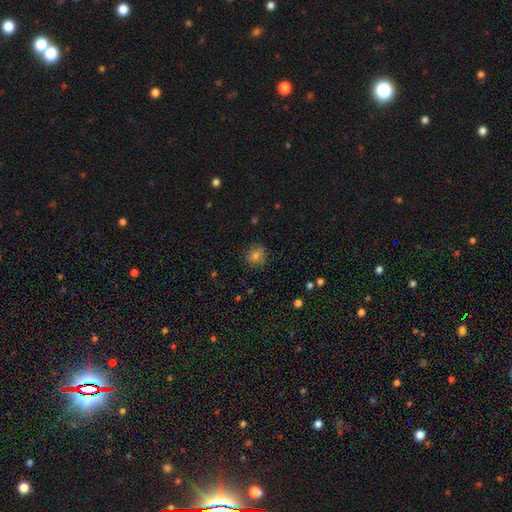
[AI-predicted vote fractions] Smooth or featured? Predicted: smooth (p=0.79). How rounded? Predicted: round (p=0.86). Merging? Predicted: none (p=0.85).